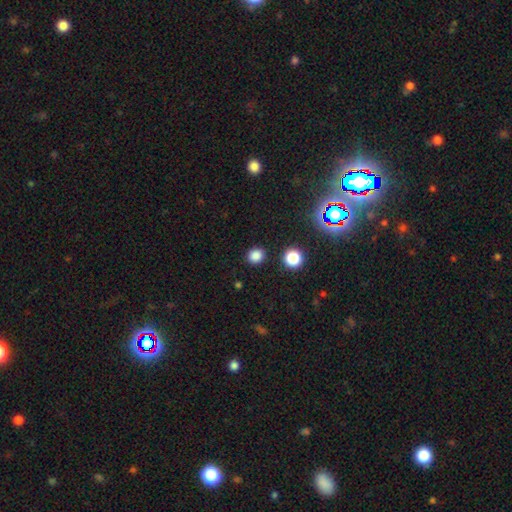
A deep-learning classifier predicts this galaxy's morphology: This appears to be a smooth galaxy with no disk features (82%) that is round (81%). Merging: none (88%).